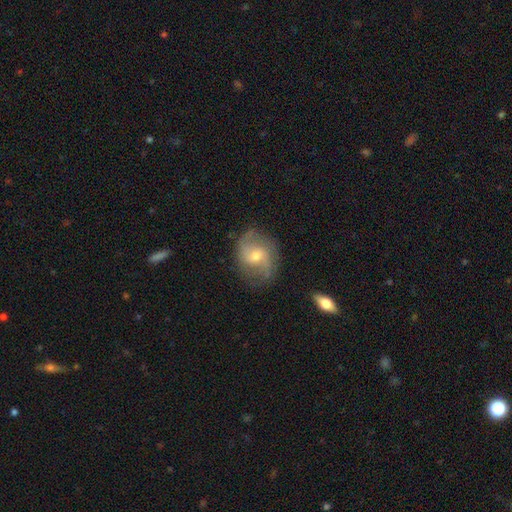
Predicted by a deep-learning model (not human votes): Smooth or featured?
  - featured or disk: 77% *
  - smooth: 16%
  - star or artifact: 7%
Edge-on disk?
  - no: 97% *
  - yes: 3%
Bar?
  - weak: 47% *
  - no: 42%
  - strong: 11%
Spiral arms?
  - yes: 93% *
  - no: 7%
Spiral winding?
  - medium: 46% *
  - loose: 37%
  - tight: 17%
Spiral arm count?
  - 2: 85% *
  - can't tell: 7%
  - 3: 3%
  - 1: 3%
  - 4: 1%
  - more than 4: 1%
Bulge size?
  - moderate: 57% *
  - small: 38%
  - large: 3%
  - none: 1%
  - dominant: 1%
Merging?
  - none: 74% *
  - minor disturbance: 18%
  - major disturbance: 7%
  - merger: 1%